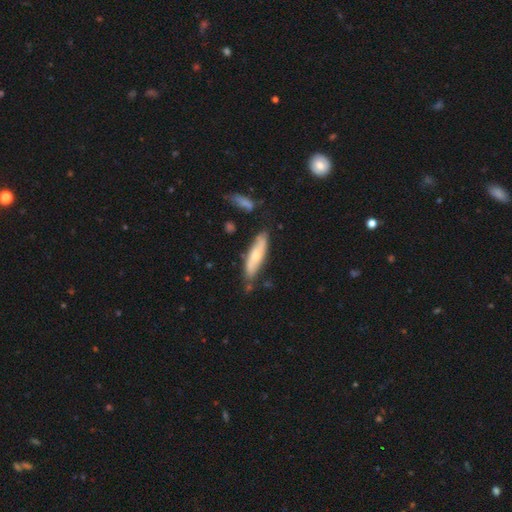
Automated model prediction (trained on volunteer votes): Smooth or featured? smooth (57%)
How rounded? cigar-shaped (70%)
Merging? none (72%)